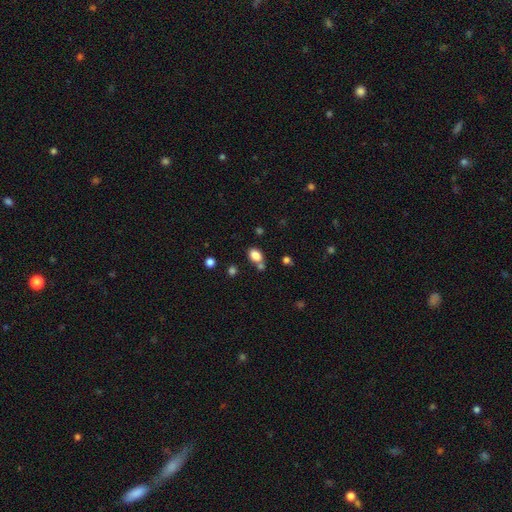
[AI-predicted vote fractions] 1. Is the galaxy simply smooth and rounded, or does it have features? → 83% smooth, 11% star or artifact, 6% featured or disk.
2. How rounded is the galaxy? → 80% in between, 19% round, 1% cigar-shaped.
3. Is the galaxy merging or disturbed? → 60% none, 22% merger, 14% minor disturbance, 5% major disturbance.